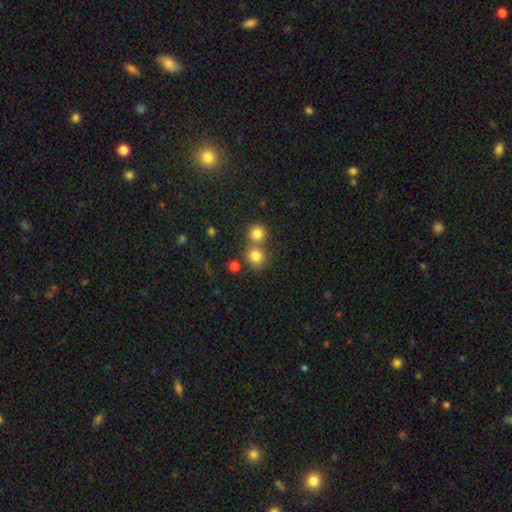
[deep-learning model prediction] Smooth or featured? smooth (80%)
How rounded? round (86%)
Merging? none (58%)